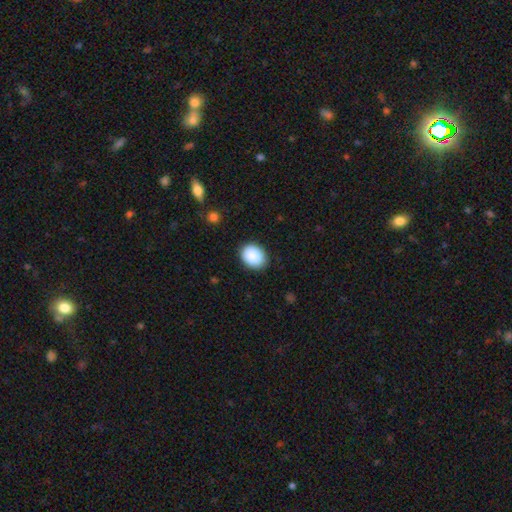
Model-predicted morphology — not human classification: Smooth or featured? smooth (90%)
How rounded? in between (59%)
Merging? none (87%)